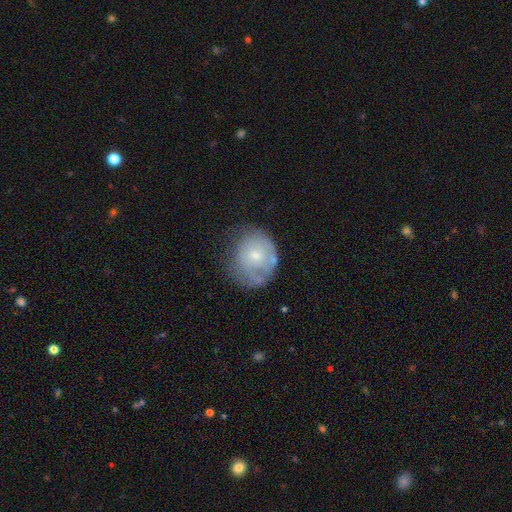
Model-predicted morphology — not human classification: smooth-or-featured: featured or disk: 47% | smooth: 46% | star or artifact: 8%
  merging: none: 48% | minor disturbance: 30% | major disturbance: 19% | merger: 4%